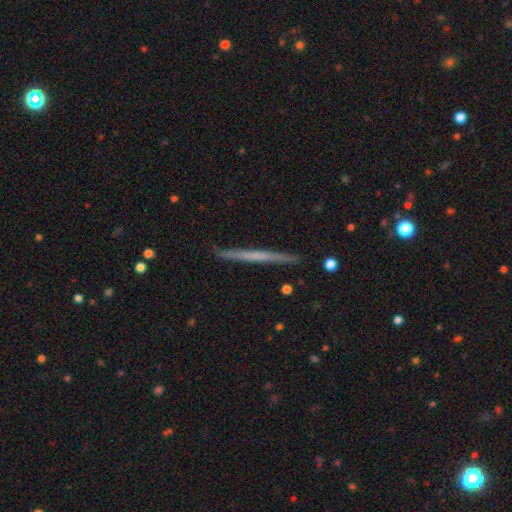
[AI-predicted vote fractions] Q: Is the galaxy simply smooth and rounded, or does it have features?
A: featured or disk — 52%.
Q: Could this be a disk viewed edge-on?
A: yes — 98%.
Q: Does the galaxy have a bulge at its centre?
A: none — 90%.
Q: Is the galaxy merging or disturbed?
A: none — 91%.